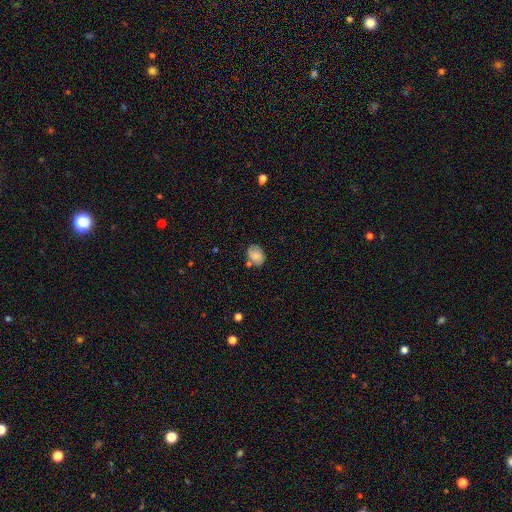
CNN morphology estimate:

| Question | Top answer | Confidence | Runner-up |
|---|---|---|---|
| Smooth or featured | smooth | 75% | featured or disk (17%) |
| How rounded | in between | 70% | round (29%) |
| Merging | none | 65% | minor disturbance (20%) |